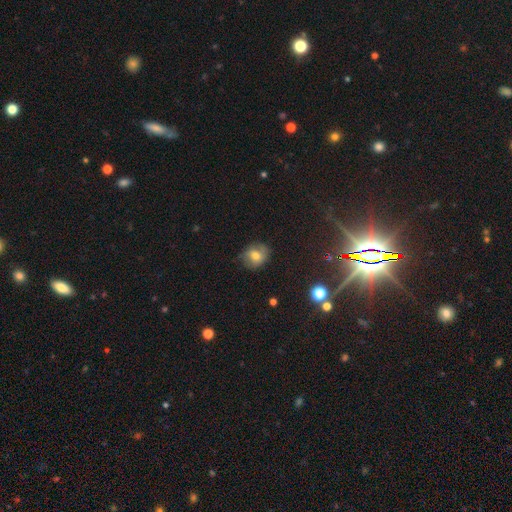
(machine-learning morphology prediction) This appears to be a smooth galaxy with no disk features (65%) that is round (62%). Merging: none (70%).